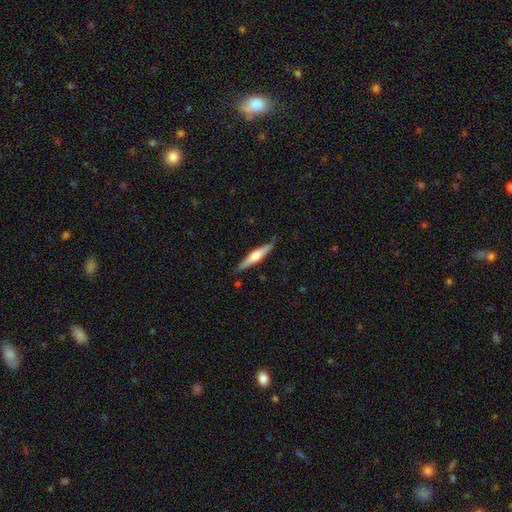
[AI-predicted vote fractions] Morphology: type=featured or disk (60%); edge-on=yes (97%); edge-on bulge=rounded (87%); merging=none (86%).